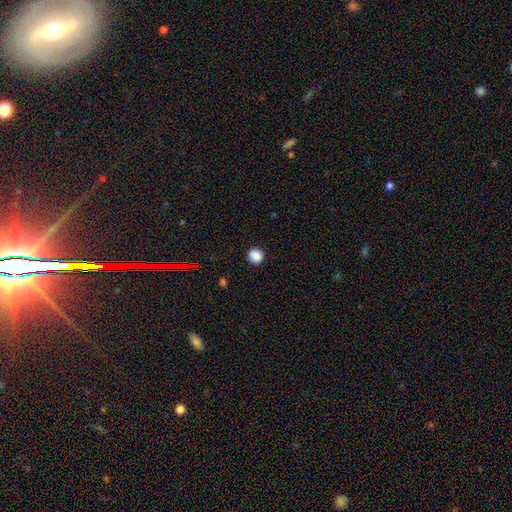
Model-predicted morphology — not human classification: The model was most divided on "smooth or featured": smooth: 87%, star or artifact: 10%, featured or disk: 3%. More confident: merging — none (91%); how rounded — round (90%).